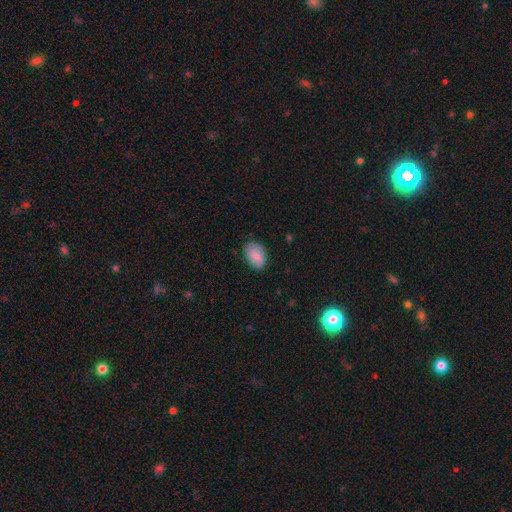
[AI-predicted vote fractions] The model was most divided on "merging": none: 76%, minor disturbance: 20%, major disturbance: 4%, merger: 1%. More confident: how rounded — in between (88%); smooth or featured — smooth (87%).